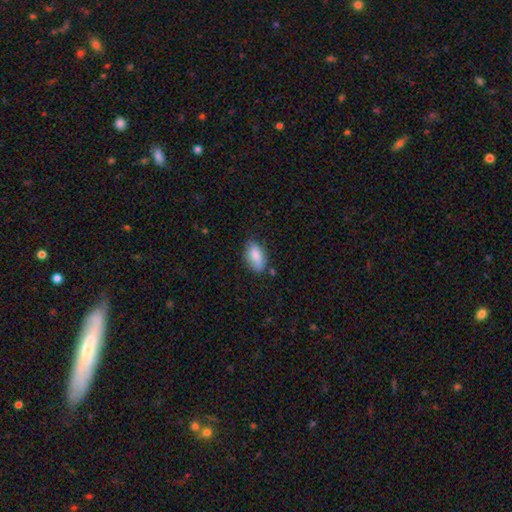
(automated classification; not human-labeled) Smooth or featured?
  - smooth: 82% *
  - featured or disk: 11%
  - star or artifact: 7%
How rounded?
  - in between: 91% *
  - cigar-shaped: 5%
  - round: 4%
Merging?
  - none: 71% *
  - minor disturbance: 22%
  - major disturbance: 4%
  - merger: 3%